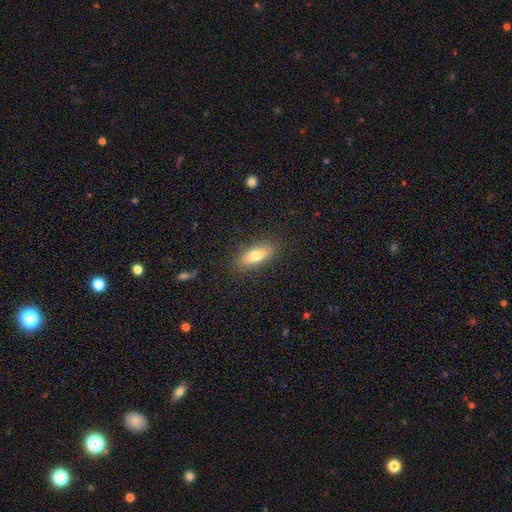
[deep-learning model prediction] Q: Smooth or featured?
A: smooth (74%); runner-up: featured or disk (19%)
Q: How rounded?
A: in between (67%); runner-up: cigar-shaped (30%)
Q: Merging?
A: none (87%); runner-up: minor disturbance (10%)